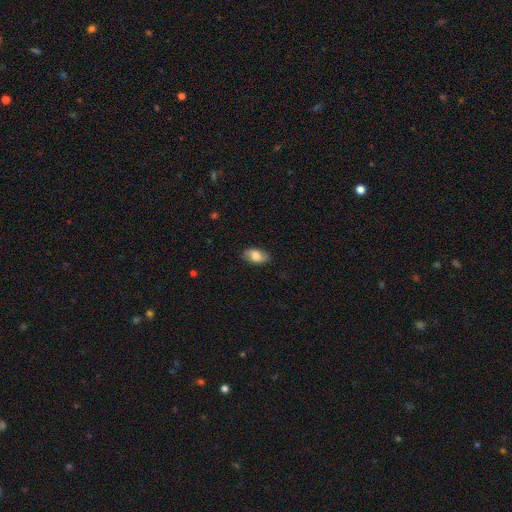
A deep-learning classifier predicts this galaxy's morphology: Overall: smooth (77%). How rounded: in between (92%). Merging: none (83%).